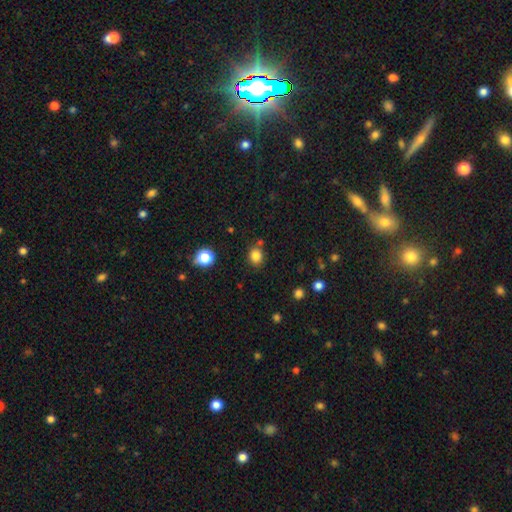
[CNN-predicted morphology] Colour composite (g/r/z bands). It shows a smooth galaxy with no disk features (83%) that is round (71%). Merging: none (79%).